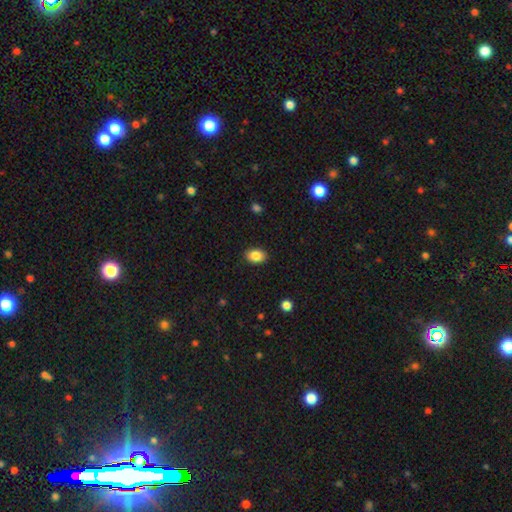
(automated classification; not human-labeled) Smooth or featured? Predicted: smooth (p=0.88). How rounded? Predicted: in between (p=0.79). Merging? Predicted: none (p=0.88).